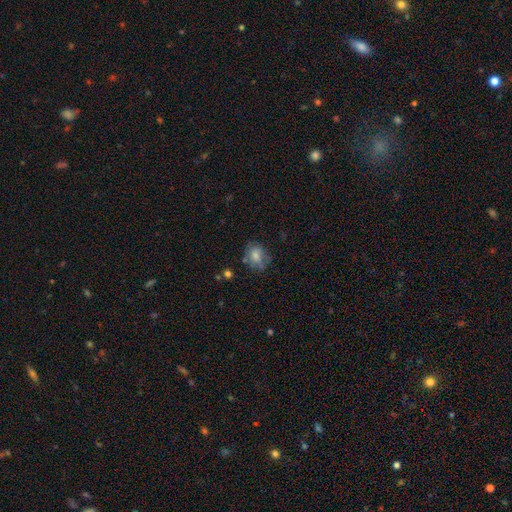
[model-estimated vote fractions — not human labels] Smooth or featured?
  - smooth: 70% *
  - featured or disk: 20%
  - star or artifact: 10%
How rounded?
  - in between: 52% *
  - round: 47%
  - cigar-shaped: 1%
Merging?
  - none: 58% *
  - minor disturbance: 25%
  - major disturbance: 11%
  - merger: 5%